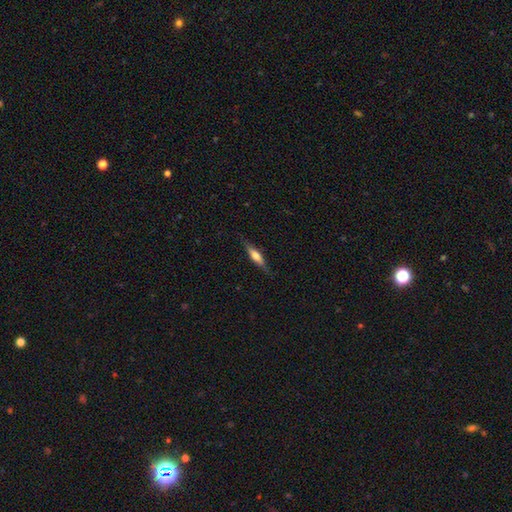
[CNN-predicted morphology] This appears to be a featured or disk galaxy (48%). Merging: none (83%).